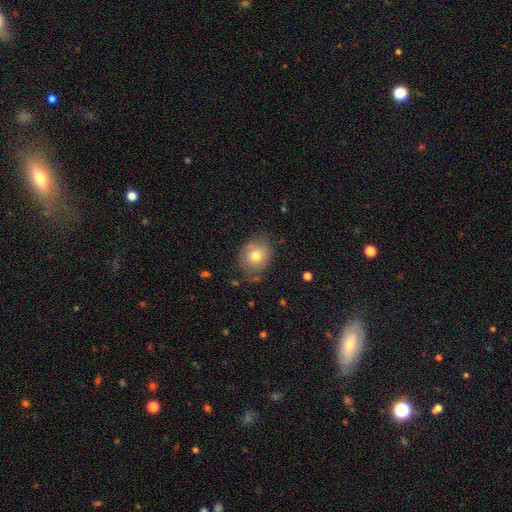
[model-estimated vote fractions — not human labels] Smooth or featured: smooth — 72% (featured or disk — 19%)
How rounded: round — 63% (in between — 36%)
Merging: none — 69% (minor disturbance — 22%)